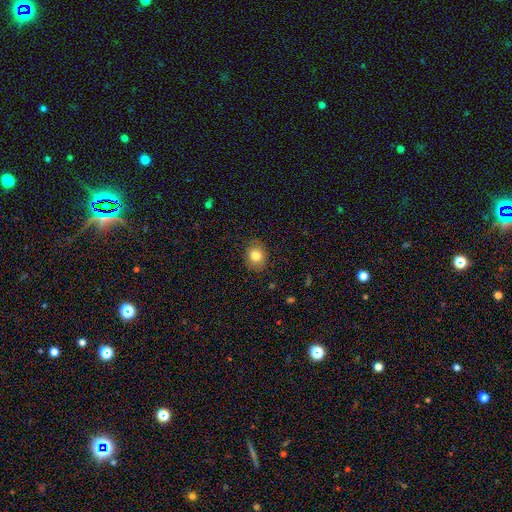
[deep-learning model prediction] A smooth galaxy with no disk features (81%) that is round (54%). Merging: none (84%).